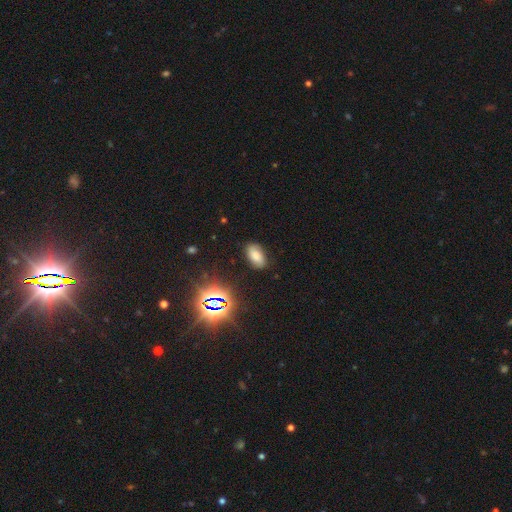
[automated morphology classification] This is likely a smooth galaxy (70%). How rounded: clearly in between (93%). Merging: clearly none (85%).